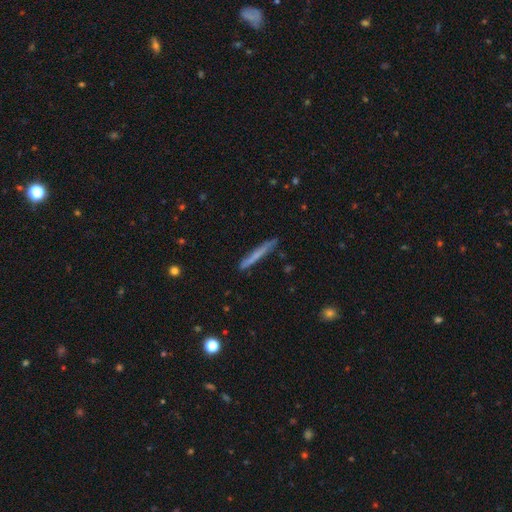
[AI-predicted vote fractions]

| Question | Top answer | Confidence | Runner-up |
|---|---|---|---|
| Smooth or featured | smooth | 53% | featured or disk (40%) |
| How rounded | cigar-shaped | 96% | in between (2%) |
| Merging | none | 85% | minor disturbance (12%) |